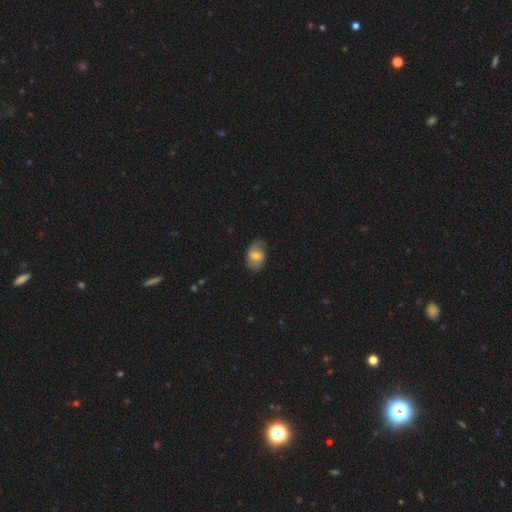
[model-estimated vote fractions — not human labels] This is possibly a smooth galaxy (57%). How rounded: likely in between (79%). Merging: likely none (70%).